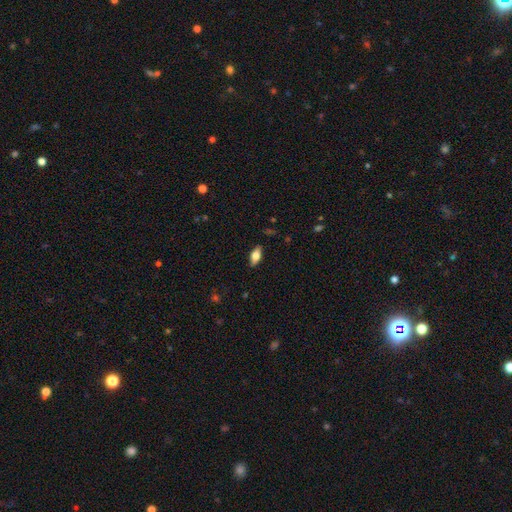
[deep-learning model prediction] smooth-or-featured: smooth: 59% | featured or disk: 33% | star or artifact: 7%
  how-rounded: in between: 81% | cigar-shaped: 15% | round: 4%
  merging: none: 87% | minor disturbance: 10% | major disturbance: 2% | merger: 1%